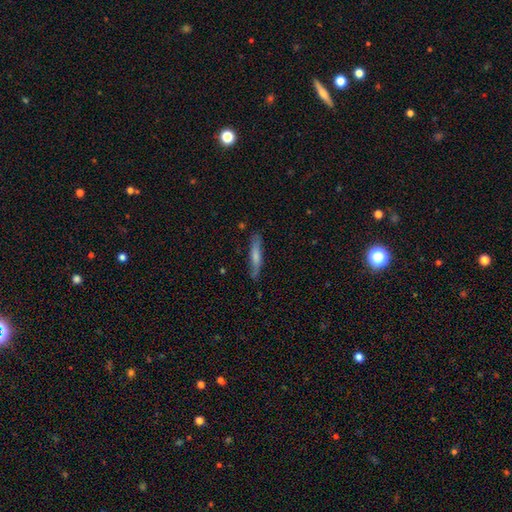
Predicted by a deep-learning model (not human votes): Smooth or featured?
  - smooth: 64% *
  - featured or disk: 30%
  - star or artifact: 6%
How rounded?
  - cigar-shaped: 89% *
  - in between: 9%
  - round: 1%
Merging?
  - none: 80% *
  - minor disturbance: 15%
  - major disturbance: 3%
  - merger: 2%